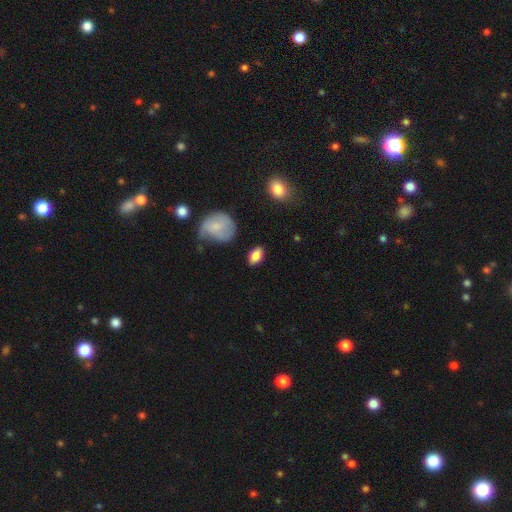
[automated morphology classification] The model was most divided on "merging": none: 81%, minor disturbance: 13%, major disturbance: 3%, merger: 2%. More confident: how rounded — in between (89%); smooth or featured — smooth (85%).